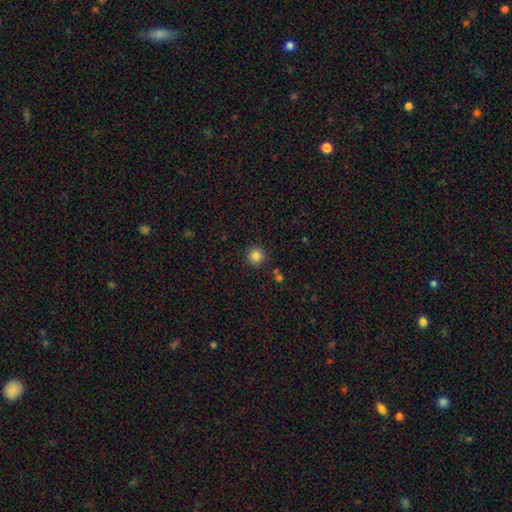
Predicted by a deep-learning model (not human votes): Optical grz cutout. It shows a smooth galaxy with no disk features (84%) that is round (95%). Merging: none (89%).